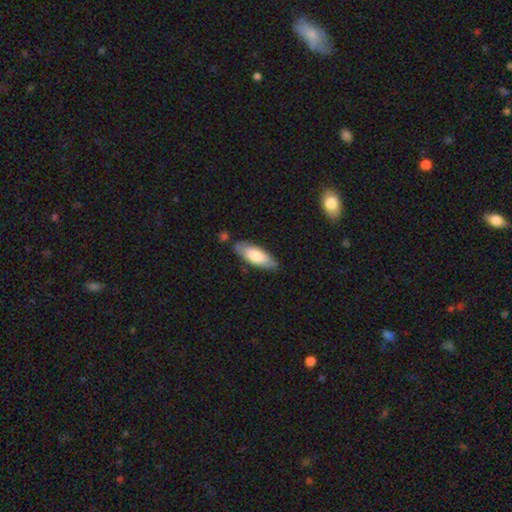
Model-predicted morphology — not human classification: Smooth or featured? smooth (70%)
How rounded? in between (71%)
Merging? none (77%)